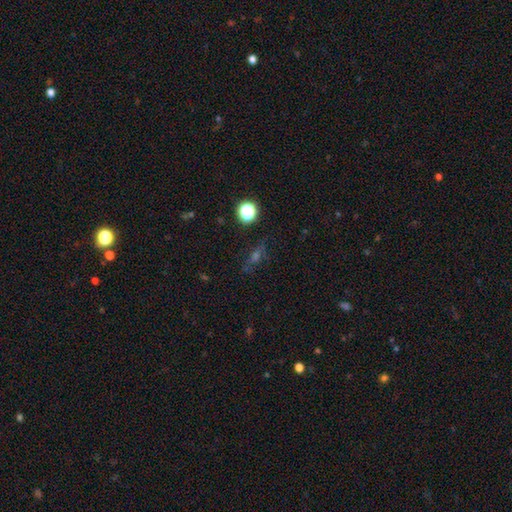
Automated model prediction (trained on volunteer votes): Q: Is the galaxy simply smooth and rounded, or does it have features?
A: star or artifact — 40%.